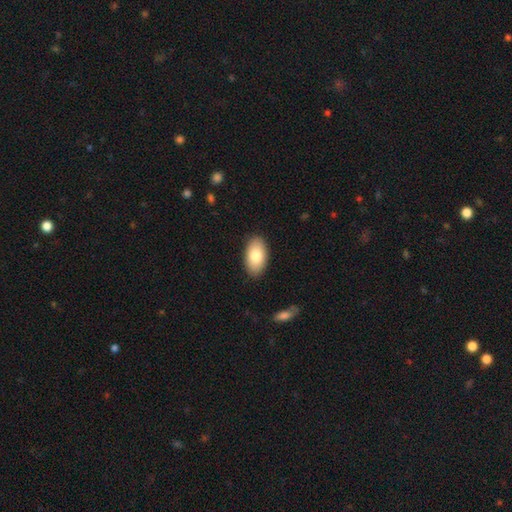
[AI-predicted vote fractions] Morphology: type=smooth (82%); roundness=in between (95%); merging=none (88%).